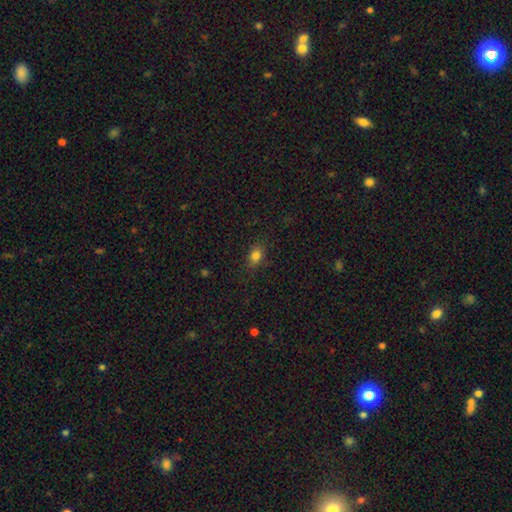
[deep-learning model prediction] Smooth or featured: smooth — 80% (star or artifact — 12%)
How rounded: in between — 75% (round — 22%)
Merging: none — 82% (minor disturbance — 13%)